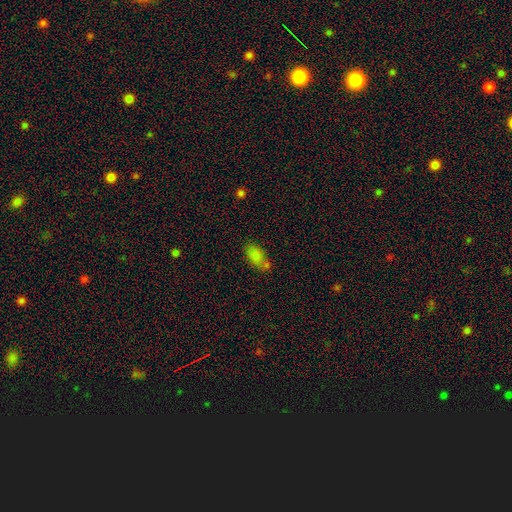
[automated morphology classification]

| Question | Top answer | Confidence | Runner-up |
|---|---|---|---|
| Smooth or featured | smooth | 80% | star or artifact (11%) |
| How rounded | in between | 90% | round (6%) |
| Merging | none | 53% | merger (23%) |